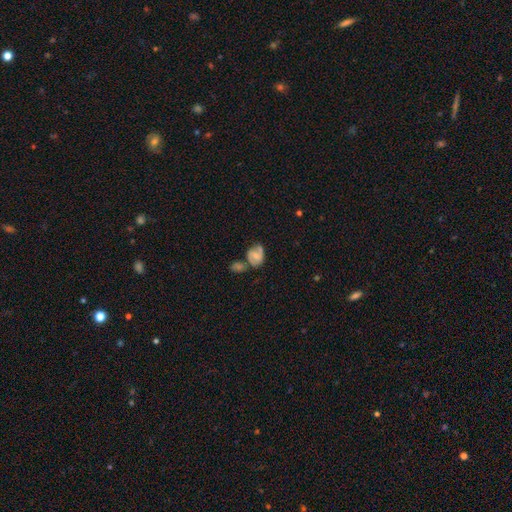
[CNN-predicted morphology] A smooth galaxy with no disk features (45%).

Vote fractions:
- Smooth or featured? smooth: 45% / featured or disk: 44% / star or artifact: 11%
- Merging? none: 34% / merger: 33% / minor disturbance: 20% / major disturbance: 12%